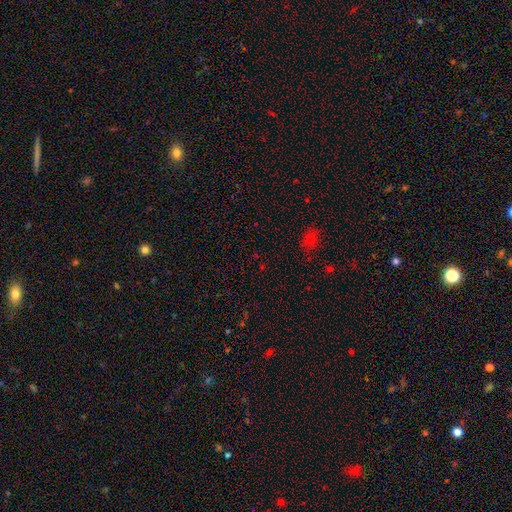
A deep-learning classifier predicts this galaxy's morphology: This appears to be a star or artifact, not a galaxy (57%).